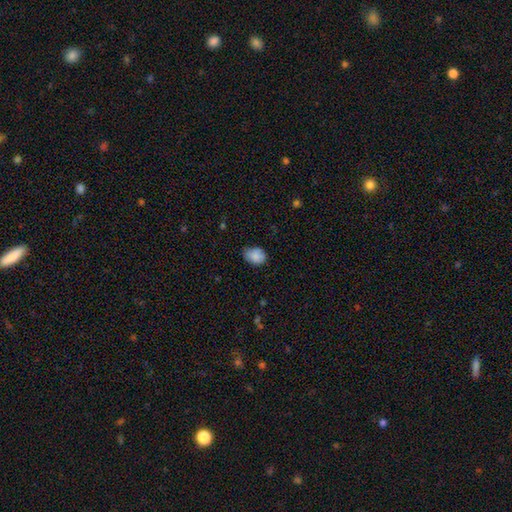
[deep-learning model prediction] A smooth galaxy with no disk features (86%) that is in between round and cigar-shaped (67%). Merging: none (63%).